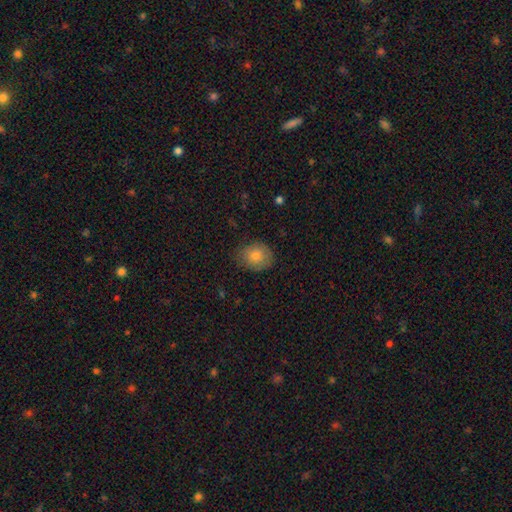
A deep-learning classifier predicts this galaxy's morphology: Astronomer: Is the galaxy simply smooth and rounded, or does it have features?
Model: smooth — 78%.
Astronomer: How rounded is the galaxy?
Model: round — 56% (runner-up: in between, 43%).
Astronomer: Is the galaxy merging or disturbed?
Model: none — 79%.